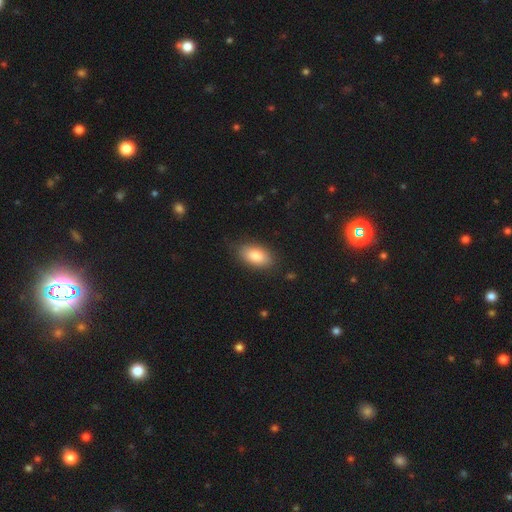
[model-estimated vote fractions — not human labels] Smooth or featured? smooth (83%)
How rounded? in between (92%)
Merging? none (83%)